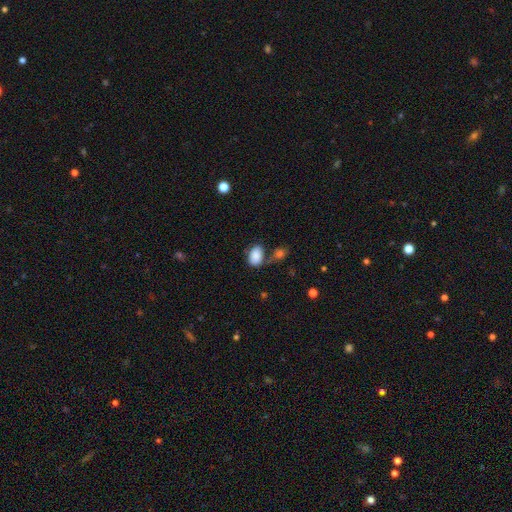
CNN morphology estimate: This appears to be a smooth galaxy with no disk features (86%) that is in between round and cigar-shaped (86%). Merging: none (54%).